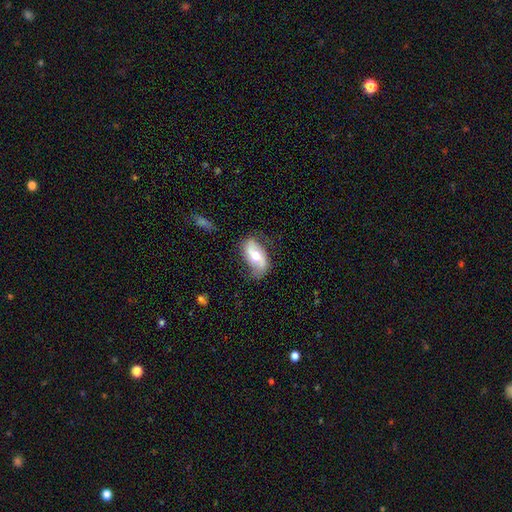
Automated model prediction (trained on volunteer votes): smooth_or_featured: featured or disk (p=0.56) [alt: smooth p=0.38]
disk_edge_on: no (p=0.91) [alt: yes p=0.09]
bar: no (p=0.55) [alt: weak p=0.29]
has_spiral_arms: yes (p=0.73) [alt: no p=0.27]
bulge_size: moderate (p=0.74) [alt: small p=0.16]
merging: none (p=0.69) [alt: minor disturbance p=0.23]